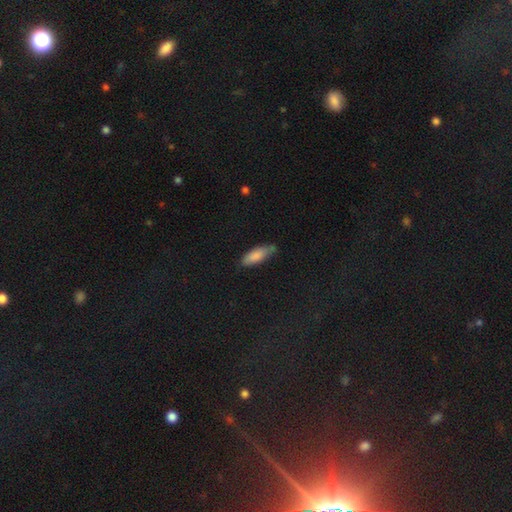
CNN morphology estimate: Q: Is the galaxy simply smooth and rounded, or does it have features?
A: smooth — 84%.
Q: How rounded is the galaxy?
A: in between — 61%.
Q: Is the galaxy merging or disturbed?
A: none — 67%.